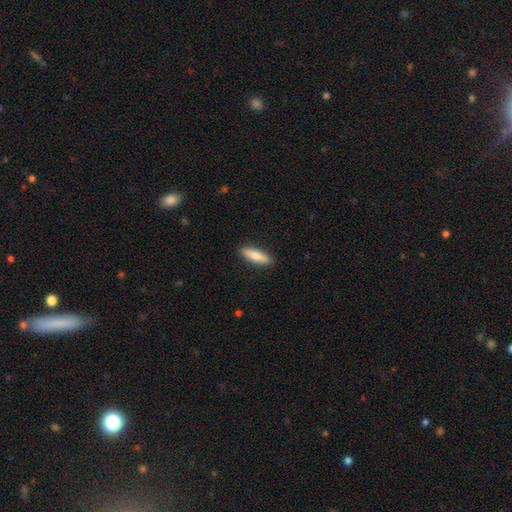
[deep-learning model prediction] Smooth or featured? Predicted: smooth (p=0.76). How rounded? Predicted: cigar-shaped (p=0.56). Merging? Predicted: none (p=0.89).